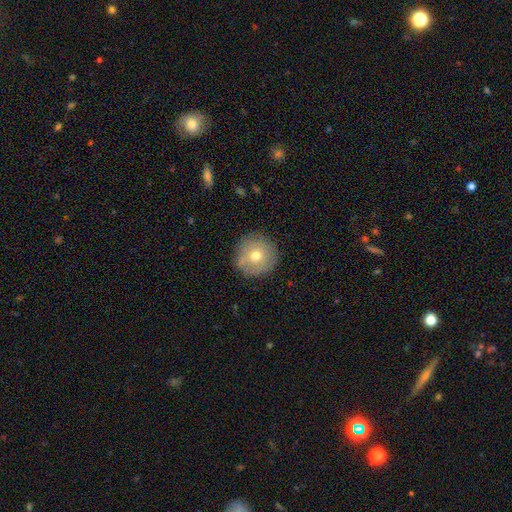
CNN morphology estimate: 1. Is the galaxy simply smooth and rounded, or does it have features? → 68% smooth, 22% featured or disk, 10% star or artifact.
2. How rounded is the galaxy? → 95% round, 4% in between, 1% cigar-shaped.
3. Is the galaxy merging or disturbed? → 84% none, 11% minor disturbance, 3% major disturbance, 2% merger.